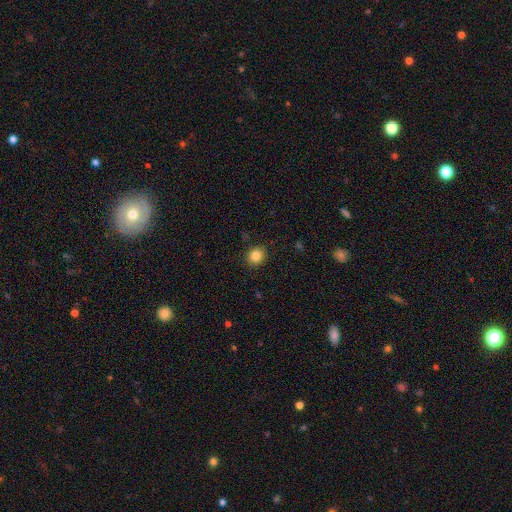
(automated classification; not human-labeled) Smooth or featured? Predicted: smooth (p=0.84). How rounded? Predicted: round (p=0.81). Merging? Predicted: none (p=0.90).